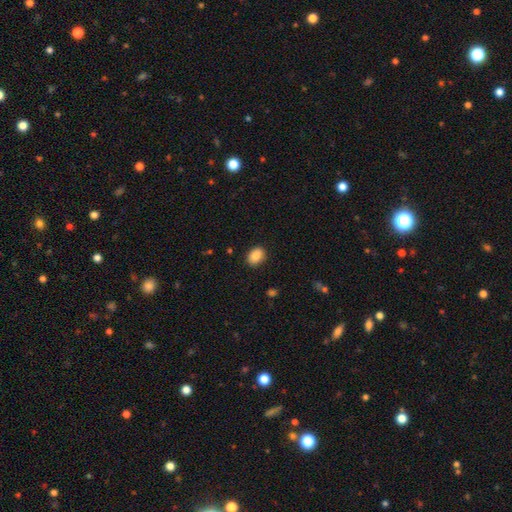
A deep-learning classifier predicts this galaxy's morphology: smooth_or_featured: smooth (p=0.89) [alt: star or artifact p=0.08]
how_rounded: in between (p=0.81) [alt: round p=0.18]
merging: none (p=0.86) [alt: minor disturbance p=0.10]